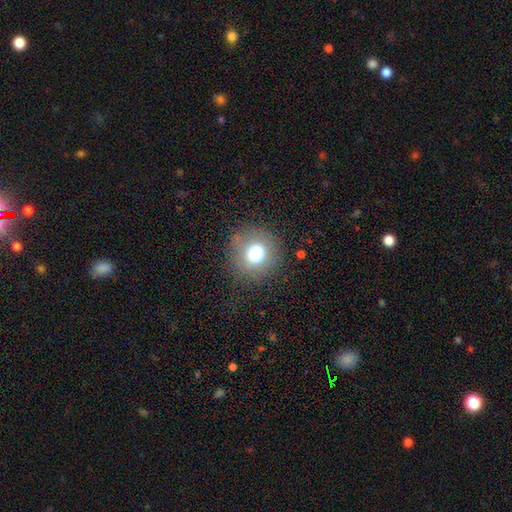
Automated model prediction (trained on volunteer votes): A smooth galaxy with no disk features (75%) that is round (89%).

Vote fractions:
- Smooth or featured? smooth: 75% / star or artifact: 13% / featured or disk: 12%
- How rounded? round: 89% / in between: 10% / cigar-shaped: 1%
- Merging? none: 82% / minor disturbance: 11% / major disturbance: 6% / merger: 1%